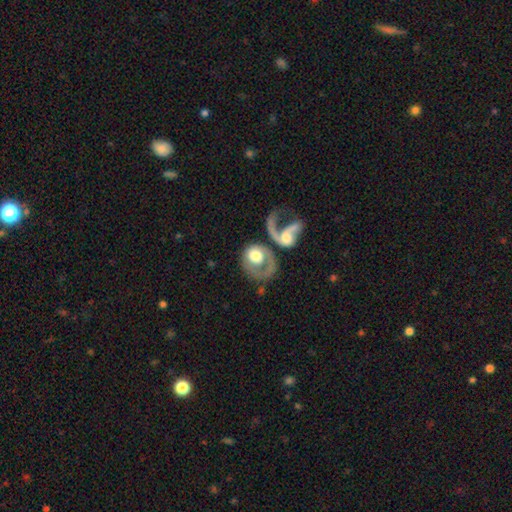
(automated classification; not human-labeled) This is possibly a featured or disk galaxy (55%). It is clearly not viewed edge-on (95%). Bar: clearly no (82%). Spiral arm pattern: possibly no (57%). Central bulge: possibly moderate (49%). Merging: marginally merger (38%).